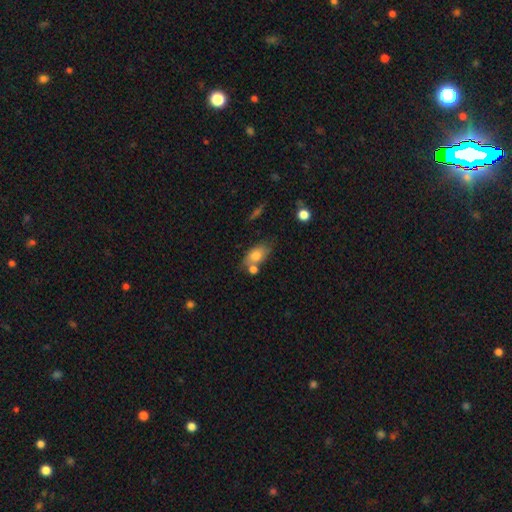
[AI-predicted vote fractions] Overall: smooth (75%). How rounded: in between (86%). Merging: none (55%; merger 22%).